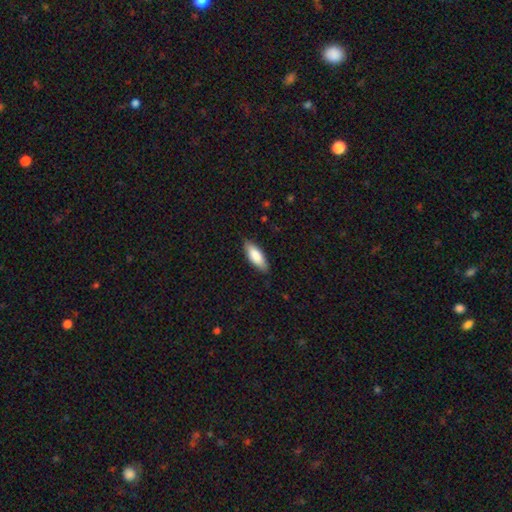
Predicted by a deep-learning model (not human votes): Smooth or featured?
  - smooth: 83% *
  - featured or disk: 11%
  - star or artifact: 5%
How rounded?
  - in between: 73% *
  - cigar-shaped: 25%
  - round: 2%
Merging?
  - none: 83% *
  - minor disturbance: 14%
  - major disturbance: 2%
  - merger: 1%